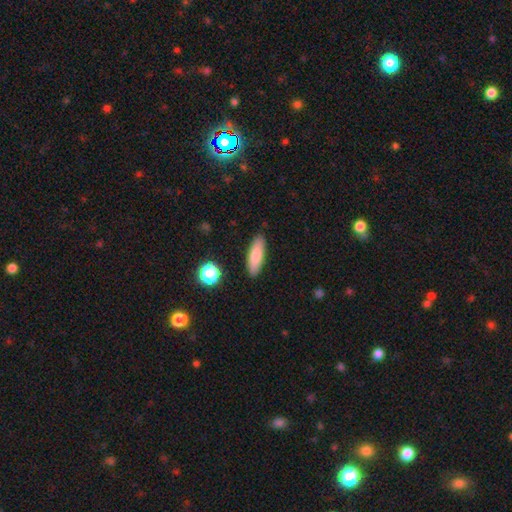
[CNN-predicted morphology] Smooth or featured? Predicted: smooth (p=0.81). How rounded? Predicted: in between (p=0.50). Merging? Predicted: none (p=0.88).